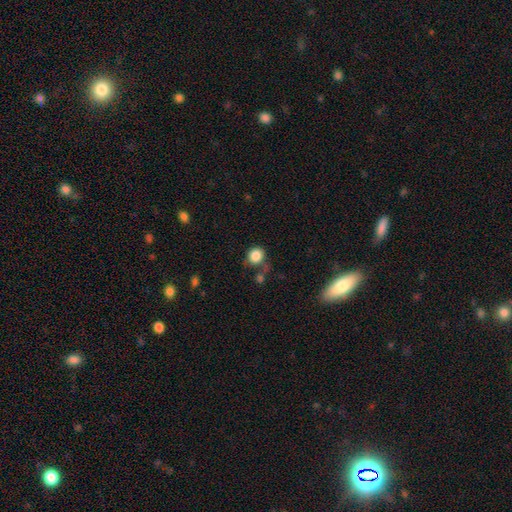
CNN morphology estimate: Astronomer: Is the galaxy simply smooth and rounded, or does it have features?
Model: smooth — 85%.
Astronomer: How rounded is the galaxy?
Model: round — 81%.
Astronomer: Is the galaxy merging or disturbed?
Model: none — 63%.